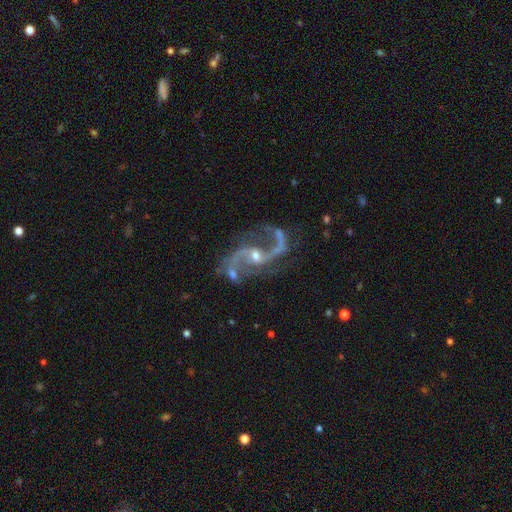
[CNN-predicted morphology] This appears to be a featured or disk galaxy (92%) with no bar (46%), 2 (92%) loose (74%) spiral arms (97%) and a small central bulge (53%). Merging: none (61%).